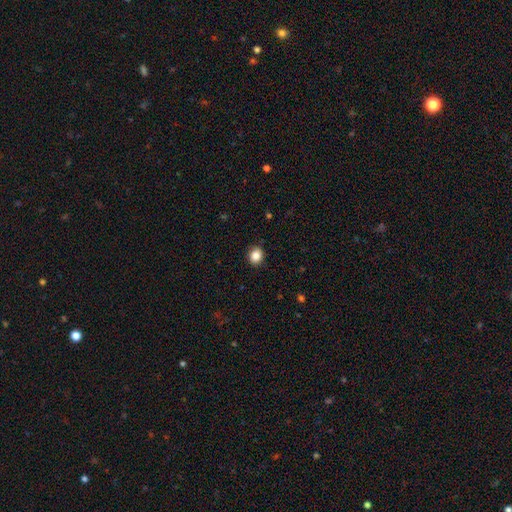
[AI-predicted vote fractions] Smooth or featured? Predicted: smooth (p=0.86). How rounded? Predicted: round (p=0.64). Merging? Predicted: none (p=0.90).